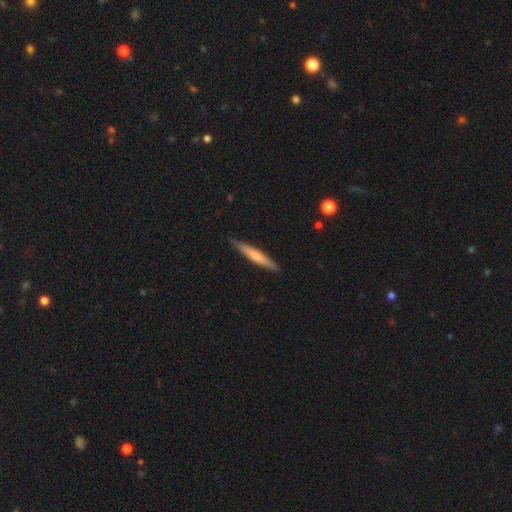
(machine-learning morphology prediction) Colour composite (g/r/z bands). It shows a smooth galaxy with no disk features (59%) that is cigar-shaped (93%). Merging: none (89%).